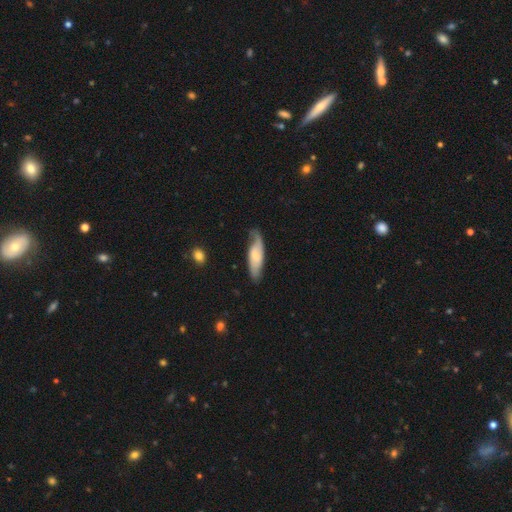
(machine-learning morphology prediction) Smooth or featured? featured or disk (49%)
Merging? none (62%)